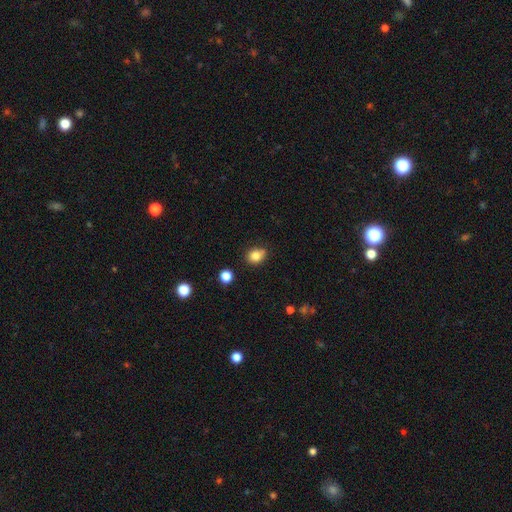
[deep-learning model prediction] Overall: smooth (83%). How rounded: round (59%; in between 40%). Merging: none (73%).